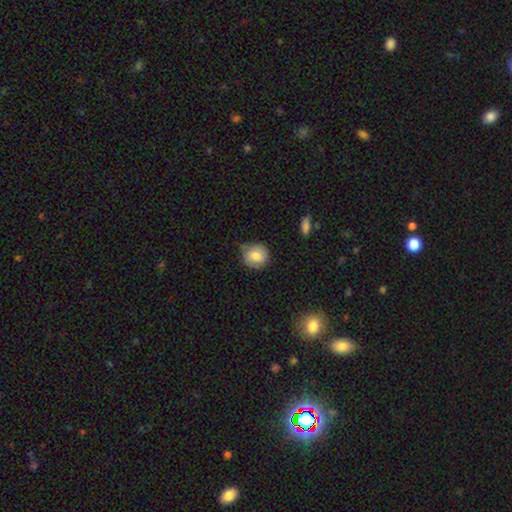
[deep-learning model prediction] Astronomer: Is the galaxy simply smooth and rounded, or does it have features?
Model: smooth — 80%.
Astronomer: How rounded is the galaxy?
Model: round — 85%.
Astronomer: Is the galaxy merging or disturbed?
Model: none — 71%.